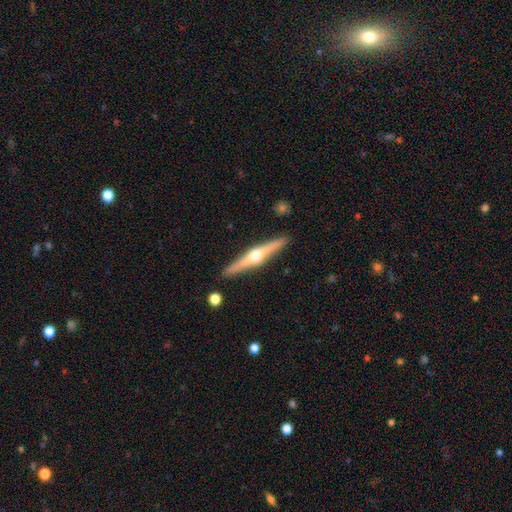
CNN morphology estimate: Smooth or featured? featured or disk (77%)
Edge-on disk? yes (98%)
Edge-on bulge? rounded (95%)
Merging? none (91%)